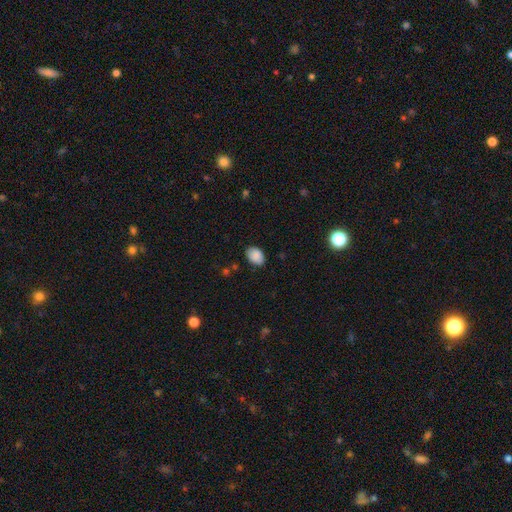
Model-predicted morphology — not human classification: Q: Smooth or featured?
A: smooth (87%); runner-up: star or artifact (8%)
Q: How rounded?
A: in between (81%); runner-up: round (18%)
Q: Merging?
A: none (81%); runner-up: minor disturbance (14%)